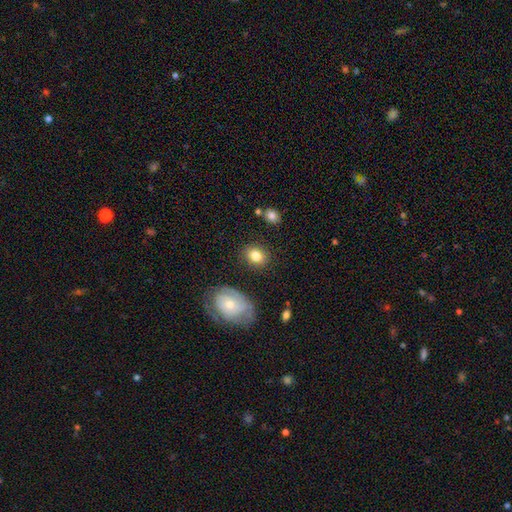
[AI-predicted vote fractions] Smooth or featured? Predicted: smooth (p=0.81). How rounded? Predicted: in between (p=0.54). Merging? Predicted: none (p=0.84).